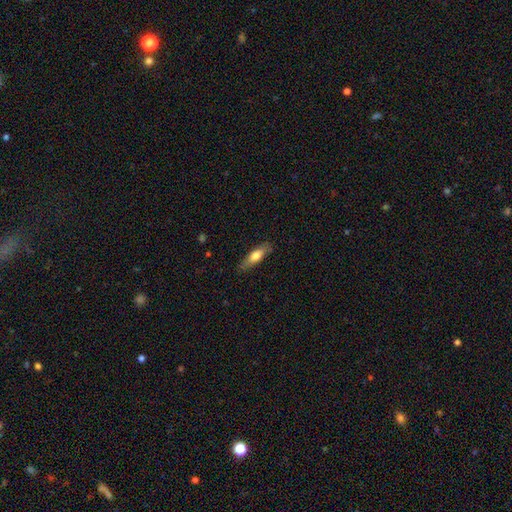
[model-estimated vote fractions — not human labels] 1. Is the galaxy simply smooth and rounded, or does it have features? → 63% smooth, 31% featured or disk, 6% star or artifact.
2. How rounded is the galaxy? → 56% cigar-shaped, 41% in between, 2% round.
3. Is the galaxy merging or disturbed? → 80% none, 16% minor disturbance, 3% major disturbance, 1% merger.